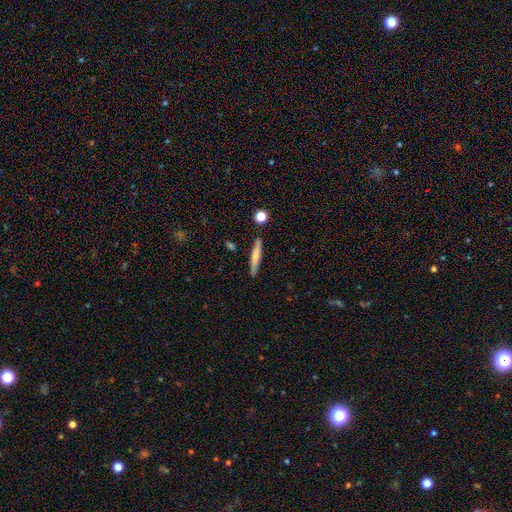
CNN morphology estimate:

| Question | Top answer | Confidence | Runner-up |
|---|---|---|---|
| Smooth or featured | smooth | 63% | featured or disk (31%) |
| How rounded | cigar-shaped | 92% | in between (6%) |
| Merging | none | 88% | minor disturbance (8%) |